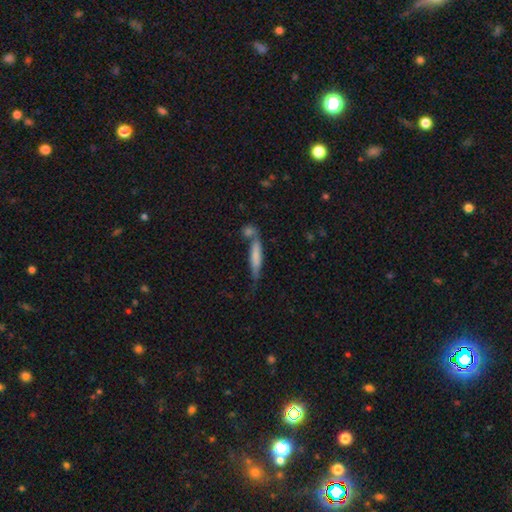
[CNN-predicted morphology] A smooth galaxy with no disk features (67%) that is cigar-shaped (86%).

Vote fractions:
- Smooth or featured? smooth: 67% / featured or disk: 27% / star or artifact: 6%
- How rounded? cigar-shaped: 86% / in between: 12% / round: 2%
- Merging? none: 48% / merger: 25% / minor disturbance: 20% / major disturbance: 8%